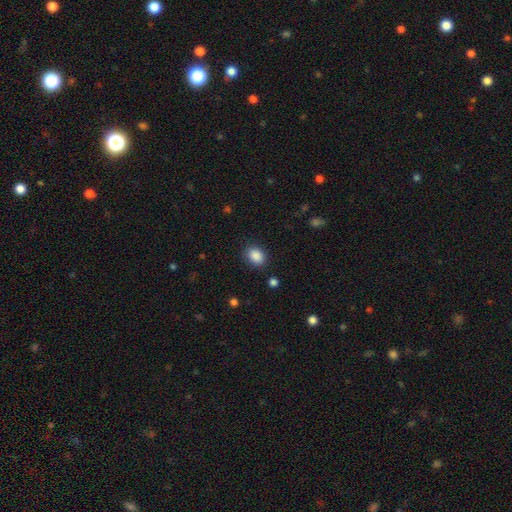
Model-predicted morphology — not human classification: Overall: smooth (88%). How rounded: in between (64%; round 35%). Merging: none (85%).